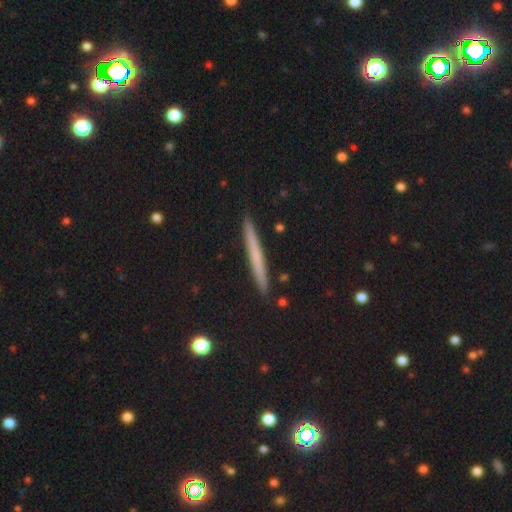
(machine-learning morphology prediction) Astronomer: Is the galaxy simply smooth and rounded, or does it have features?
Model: smooth — 54% (runner-up: featured or disk, 39%).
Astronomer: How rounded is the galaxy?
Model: cigar-shaped — 97%.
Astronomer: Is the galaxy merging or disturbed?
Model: none — 92%.